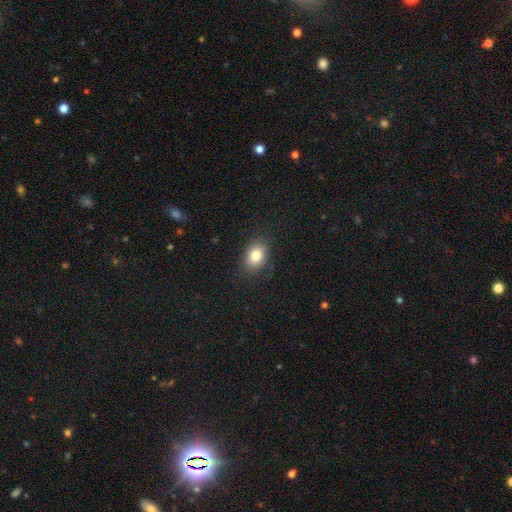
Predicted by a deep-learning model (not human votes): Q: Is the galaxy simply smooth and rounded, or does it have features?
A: smooth — 83%.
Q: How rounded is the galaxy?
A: in between — 73%.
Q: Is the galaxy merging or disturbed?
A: none — 84%.